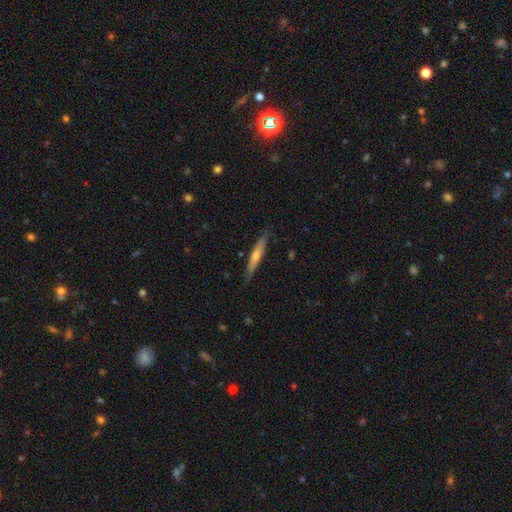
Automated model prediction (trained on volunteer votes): Smooth or featured? featured or disk (58%)
Edge-on disk? yes (94%)
Edge-on bulge? rounded (73%)
Merging? none (86%)